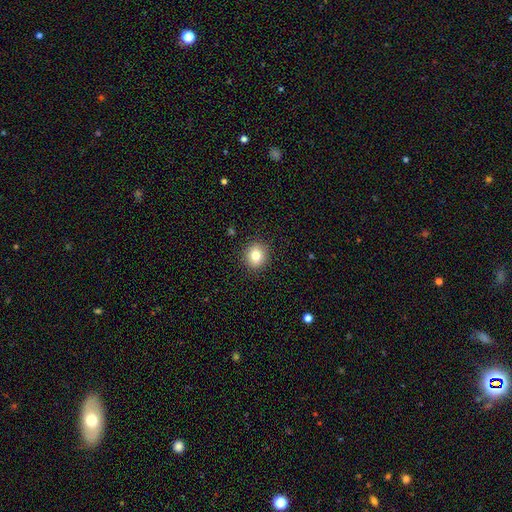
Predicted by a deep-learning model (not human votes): Smooth or featured? Predicted: smooth (p=0.81). How rounded? Predicted: round (p=0.79). Merging? Predicted: none (p=0.90).